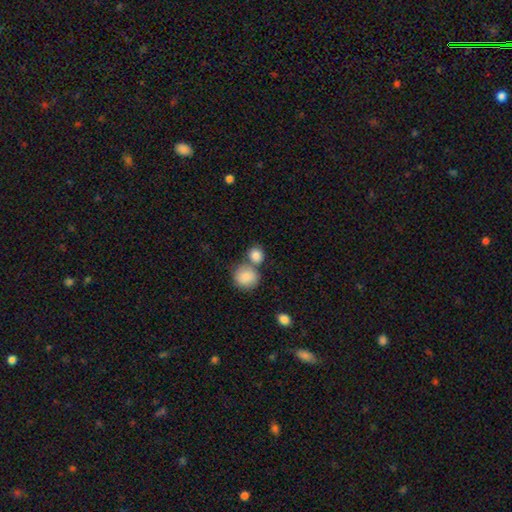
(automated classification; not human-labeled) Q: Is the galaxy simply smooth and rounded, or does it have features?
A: smooth — 86%.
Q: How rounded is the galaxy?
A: round — 81%.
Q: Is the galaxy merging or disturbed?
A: none — 49%.